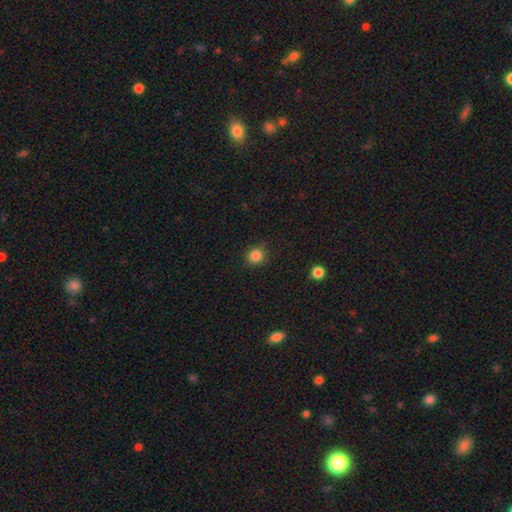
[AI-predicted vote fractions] Morphology: type=smooth (84%); roundness=round (83%); merging=none (81%).